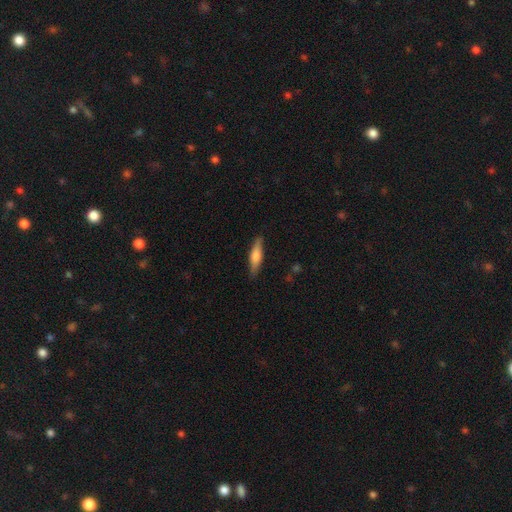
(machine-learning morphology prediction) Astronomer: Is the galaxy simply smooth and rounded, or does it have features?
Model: smooth — 63%.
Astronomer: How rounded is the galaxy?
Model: cigar-shaped — 72%.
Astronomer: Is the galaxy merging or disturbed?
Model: none — 86%.